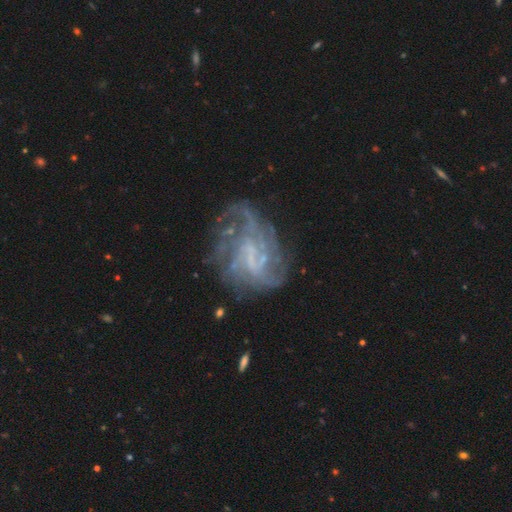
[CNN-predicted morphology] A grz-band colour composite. It shows a featured or disk galaxy (76%) with a weak bar (45%), tight (38%, tied with medium) spiral arms (82%) and no central bulge (49%). Merging: none (52%).